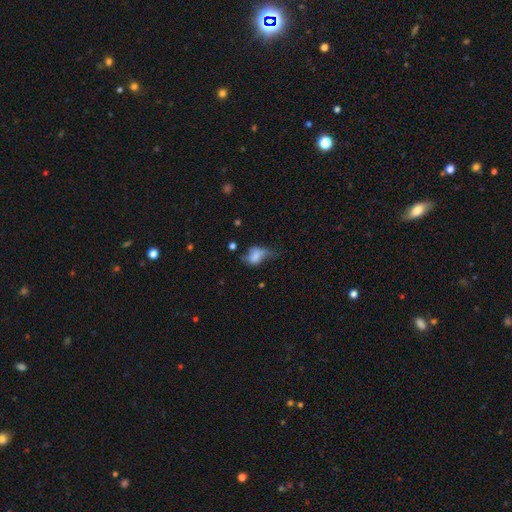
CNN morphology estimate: The model was most divided on "merging": minor disturbance: 34%, major disturbance: 33%, none: 28%, merger: 5%. More confident: how rounded — in between (74%); smooth or featured — smooth (64%).